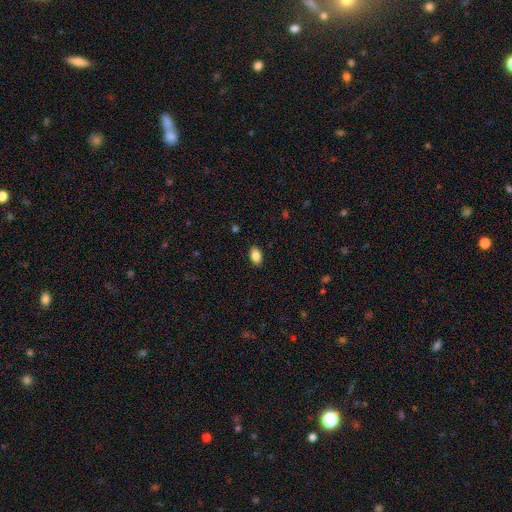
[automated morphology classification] Overall: smooth (86%). How rounded: in between (90%). Merging: none (88%).